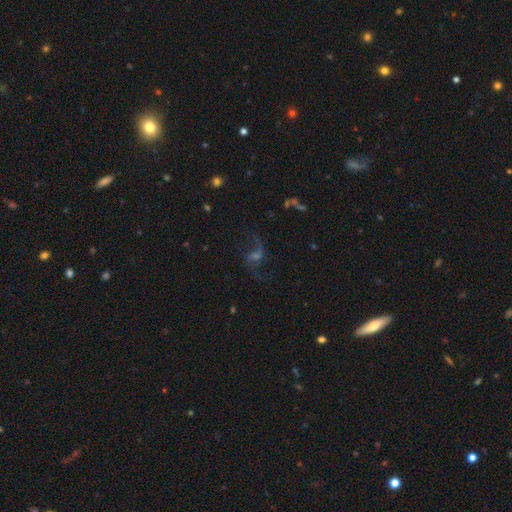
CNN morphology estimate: smooth_or_featured: featured or disk (p=0.71) [alt: star or artifact p=0.17]
disk_edge_on: no (p=0.96) [alt: yes p=0.04]
bar: weak (p=0.45) [alt: no p=0.41]
has_spiral_arms: yes (p=0.92) [alt: no p=0.08]
spiral_winding: loose (p=0.82) [alt: medium p=0.15]
spiral_arm_count: 2 (p=0.90) [alt: 1 p=0.04]
bulge_size: small (p=0.36) [alt: moderate p=0.34]
merging: none (p=0.70) [alt: major disturbance p=0.14]